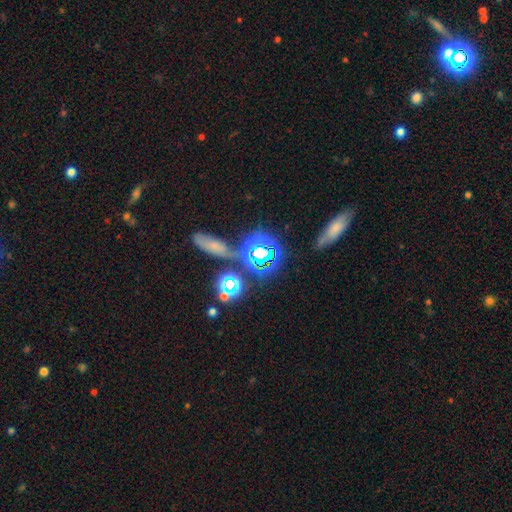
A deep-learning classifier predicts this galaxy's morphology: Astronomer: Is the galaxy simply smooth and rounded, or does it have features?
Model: star or artifact — 64%.